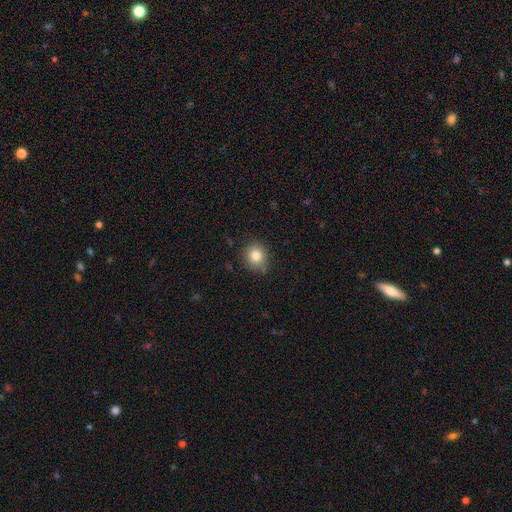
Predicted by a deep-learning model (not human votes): Morphology: type=smooth (82%); roundness=round (81%); merging=none (83%).